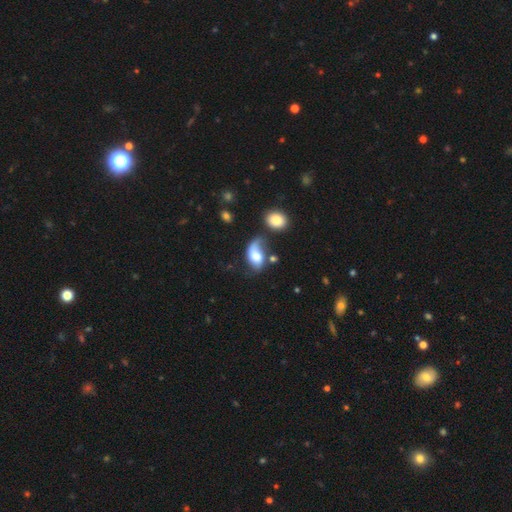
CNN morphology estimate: smooth 49%, featured or disk 42%, star or artifact 9%. Down the decision tree: merging — none (31%).